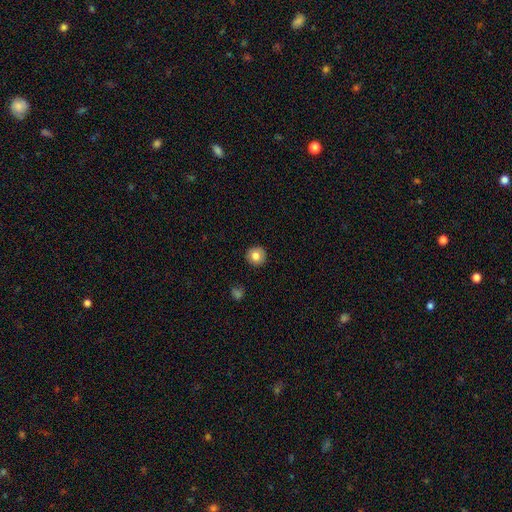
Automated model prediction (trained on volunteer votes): This is clearly a smooth galaxy (80%). How rounded: clearly round (93%). Merging: clearly none (91%).